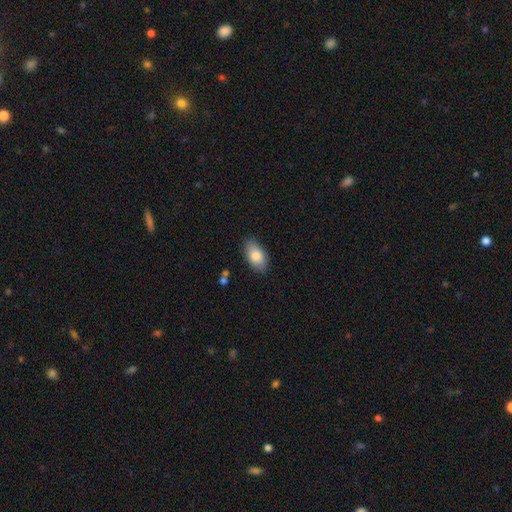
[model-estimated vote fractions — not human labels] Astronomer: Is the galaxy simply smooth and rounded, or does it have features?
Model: smooth — 81%.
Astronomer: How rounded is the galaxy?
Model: in between — 93%.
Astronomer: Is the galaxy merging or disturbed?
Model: none — 83%.